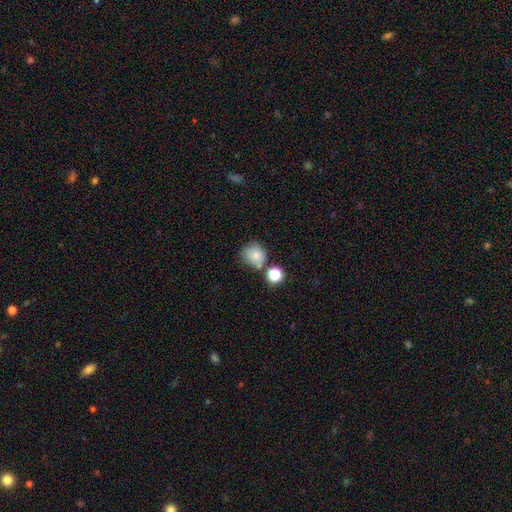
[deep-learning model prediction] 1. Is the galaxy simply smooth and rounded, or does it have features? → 80% smooth, 11% star or artifact, 9% featured or disk.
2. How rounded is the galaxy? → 85% round, 14% in between, 1% cigar-shaped.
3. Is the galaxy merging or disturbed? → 62% none, 19% merger, 15% minor disturbance, 5% major disturbance.